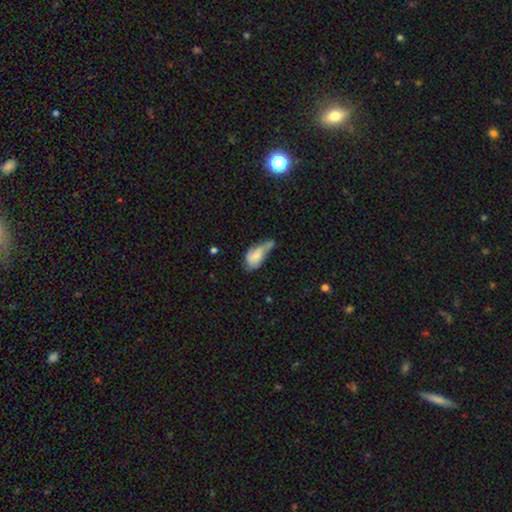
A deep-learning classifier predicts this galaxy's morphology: Smooth or featured: smooth — 65% (featured or disk — 27%)
How rounded: in between — 88% (cigar-shaped — 7%)
Merging: minor disturbance — 30% (merger — 25%)